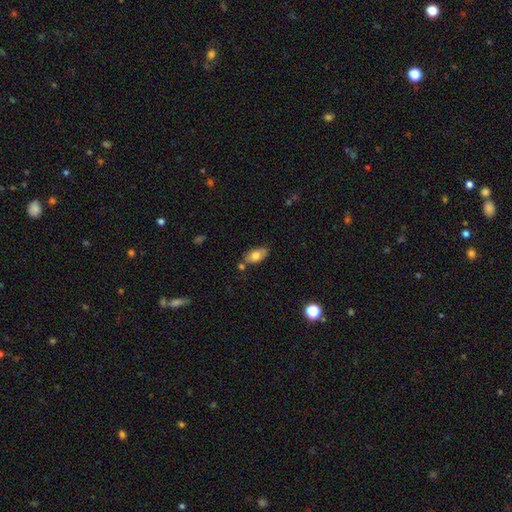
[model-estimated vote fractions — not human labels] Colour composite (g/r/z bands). It shows a smooth galaxy with no disk features (76%) that is in between round and cigar-shaped (91%). Merging: none (70%).